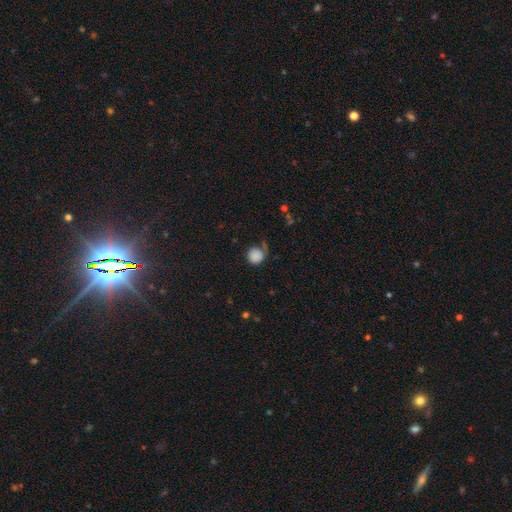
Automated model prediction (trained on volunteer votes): Morphology: type=smooth (84%); roundness=round (91%); merging=none (61%).